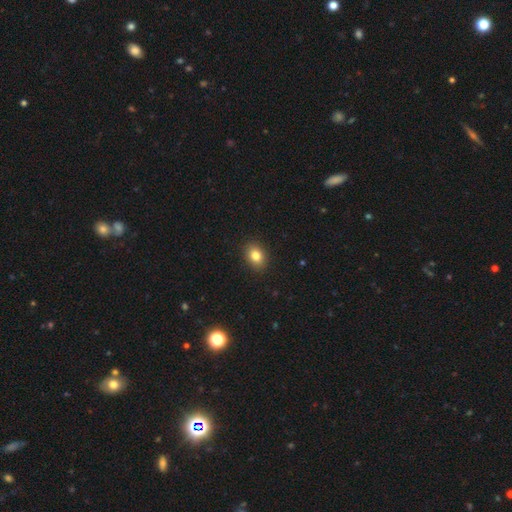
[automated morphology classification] A smooth galaxy with no disk features (82%) that is in between round and cigar-shaped (63%). Merging: none (90%).